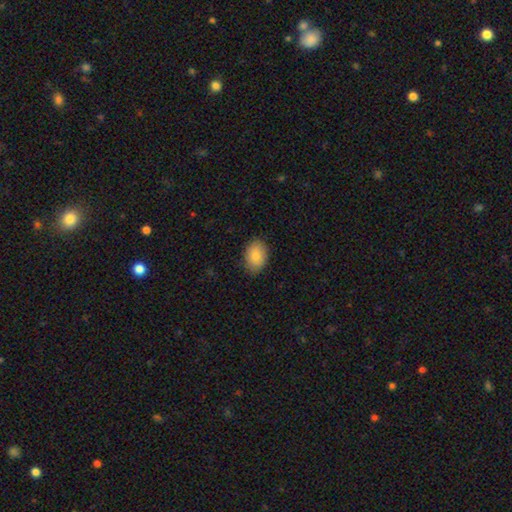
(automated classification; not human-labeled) Q: Smooth or featured?
A: smooth (84%); runner-up: featured or disk (9%)
Q: How rounded?
A: in between (83%); runner-up: round (16%)
Q: Merging?
A: none (85%); runner-up: minor disturbance (12%)